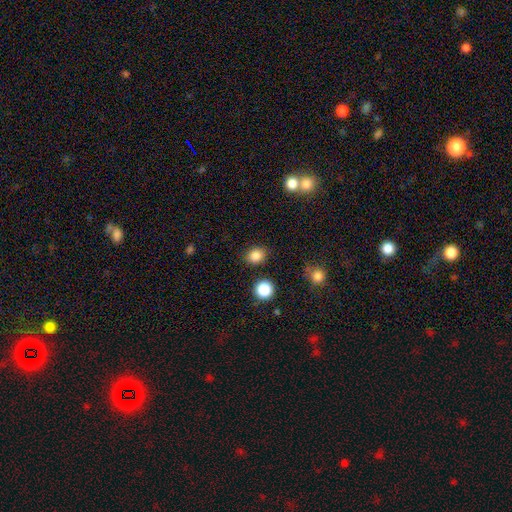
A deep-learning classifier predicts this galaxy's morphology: type=smooth (84%); roundness=round (62%); merging=none (86%).